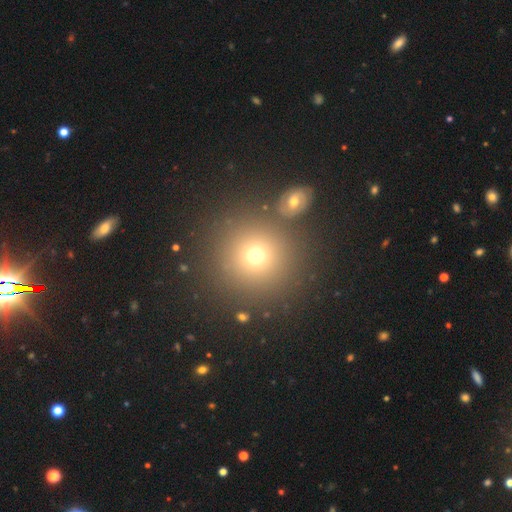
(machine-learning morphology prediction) smooth-or-featured: smooth: 70% | star or artifact: 19% | featured or disk: 11%
  how-rounded: round: 93% | in between: 6% | cigar-shaped: 1%
  merging: none: 80% | merger: 9% | minor disturbance: 7% | major disturbance: 4%